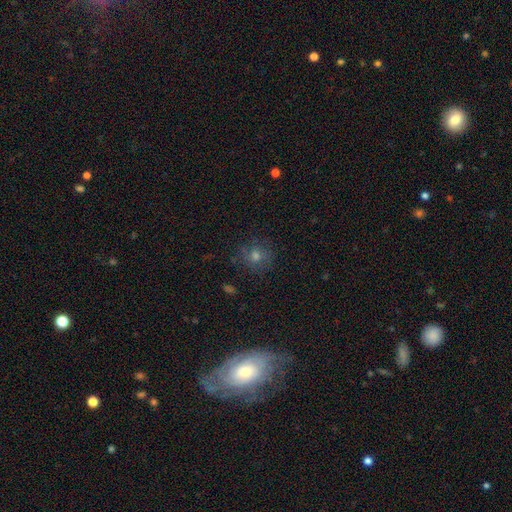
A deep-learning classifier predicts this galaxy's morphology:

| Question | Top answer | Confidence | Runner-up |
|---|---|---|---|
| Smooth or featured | smooth | 55% | star or artifact (27%) |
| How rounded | round | 88% | in between (11%) |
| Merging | none | 82% | minor disturbance (12%) |